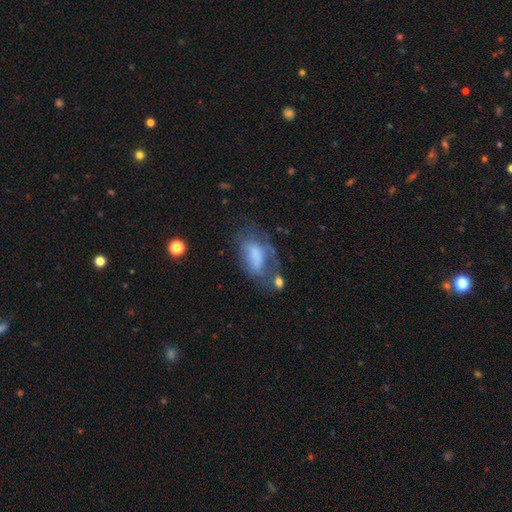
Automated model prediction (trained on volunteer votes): Q: Smooth or featured?
A: smooth (52%); runner-up: featured or disk (37%)
Q: How rounded?
A: in between (88%); runner-up: round (7%)
Q: Merging?
A: major disturbance (35%); runner-up: none (29%)